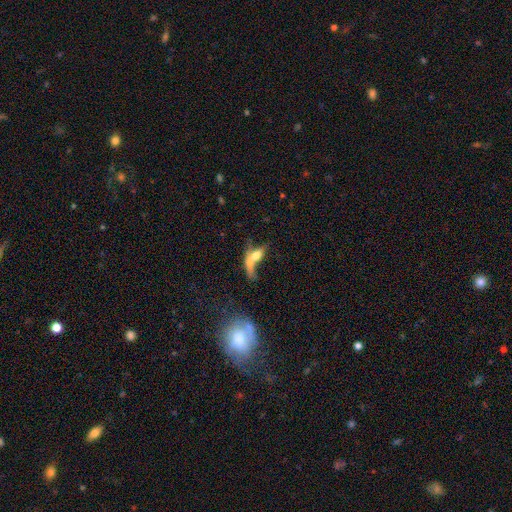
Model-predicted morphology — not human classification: The model was most divided on "smooth or featured": smooth: 51%, featured or disk: 36%, star or artifact: 13%. Remaining: how rounded — in between (53%); merging — merger (45%).